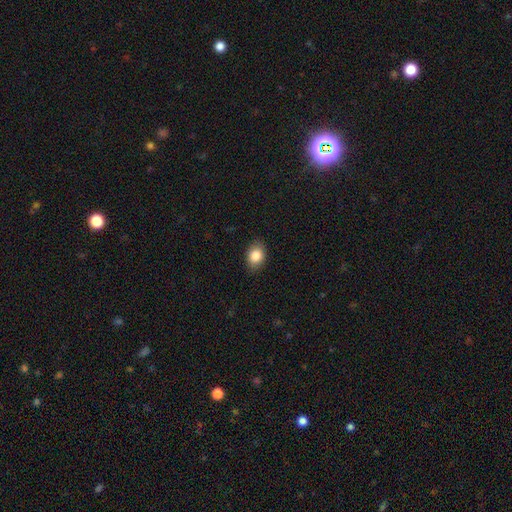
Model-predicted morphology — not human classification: Smooth or featured? Predicted: smooth (p=0.85). How rounded? Predicted: in between (p=0.73). Merging? Predicted: none (p=0.85).